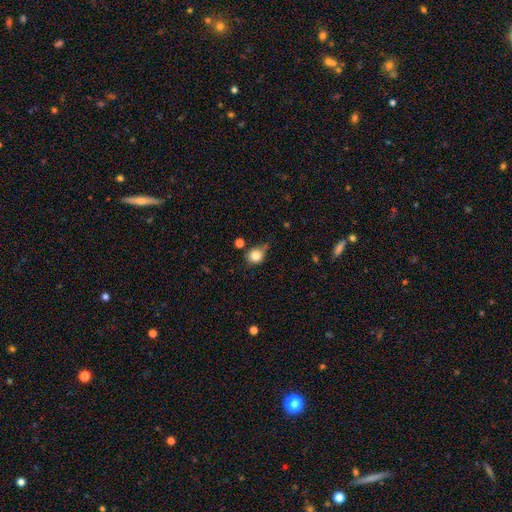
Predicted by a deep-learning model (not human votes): Smooth or featured?
  - smooth: 80% *
  - star or artifact: 11%
  - featured or disk: 9%
How rounded?
  - round: 79% *
  - in between: 20%
  - cigar-shaped: 1%
Merging?
  - none: 52% *
  - minor disturbance: 32%
  - major disturbance: 9%
  - merger: 7%